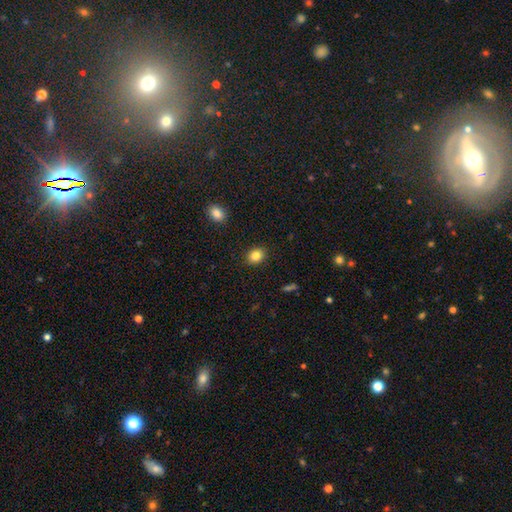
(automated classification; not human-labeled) A smooth galaxy with no disk features (84%) that is in between round and cigar-shaped (50%). Merging: none (89%).